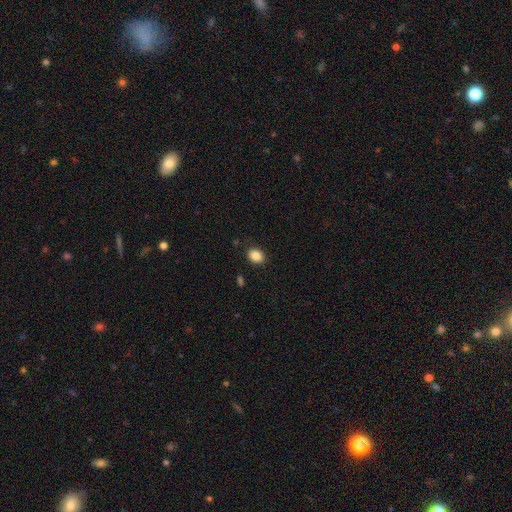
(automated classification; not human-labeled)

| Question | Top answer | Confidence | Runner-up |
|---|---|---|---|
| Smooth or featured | smooth | 88% | star or artifact (9%) |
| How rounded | in between | 55% | round (44%) |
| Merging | none | 87% | minor disturbance (9%) |